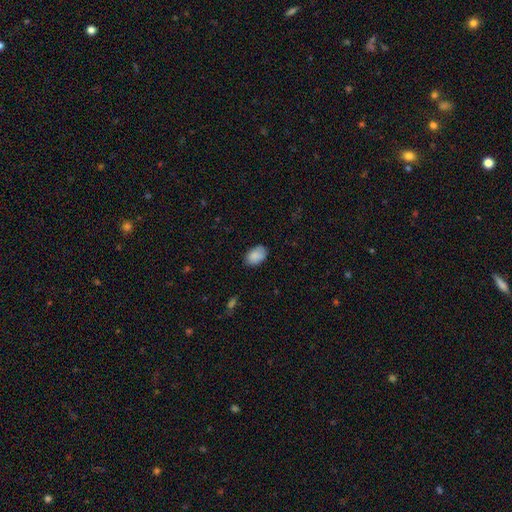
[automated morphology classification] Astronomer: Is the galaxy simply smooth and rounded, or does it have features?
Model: smooth — 87%.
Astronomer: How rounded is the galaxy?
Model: in between — 88%.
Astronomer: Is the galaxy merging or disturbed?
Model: none — 77%.